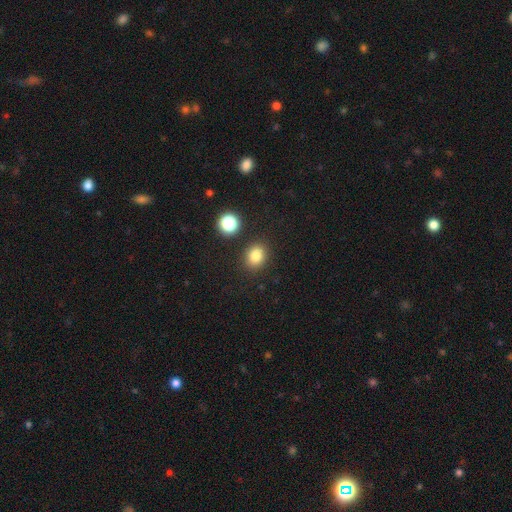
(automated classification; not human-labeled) smooth_or_featured: smooth (p=0.81) [alt: star or artifact p=0.13]
how_rounded: round (p=0.61) [alt: in between p=0.38]
merging: none (p=0.85) [alt: minor disturbance p=0.08]